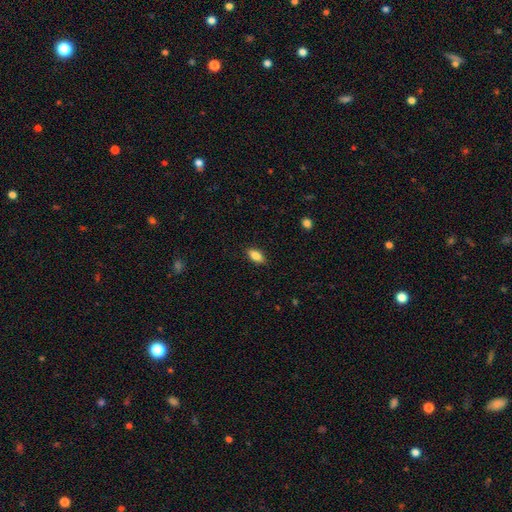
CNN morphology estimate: smooth_or_featured: smooth (p=0.84) [alt: featured or disk p=0.09]
how_rounded: in between (p=0.87) [alt: cigar-shaped p=0.10]
merging: none (p=0.88) [alt: minor disturbance p=0.09]